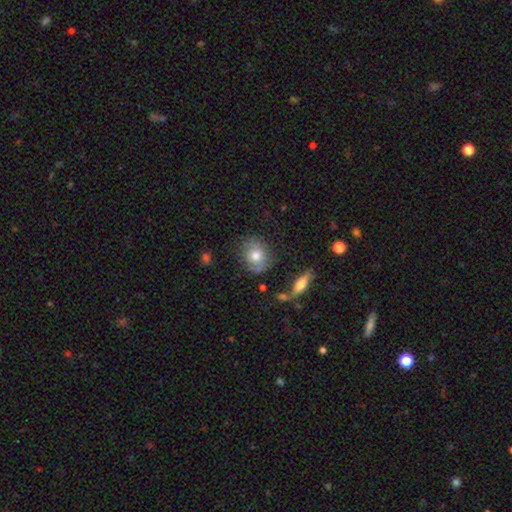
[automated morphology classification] Q: Smooth or featured?
A: smooth (65%); runner-up: featured or disk (27%)
Q: How rounded?
A: round (65%); runner-up: in between (33%)
Q: Merging?
A: none (66%); runner-up: minor disturbance (20%)